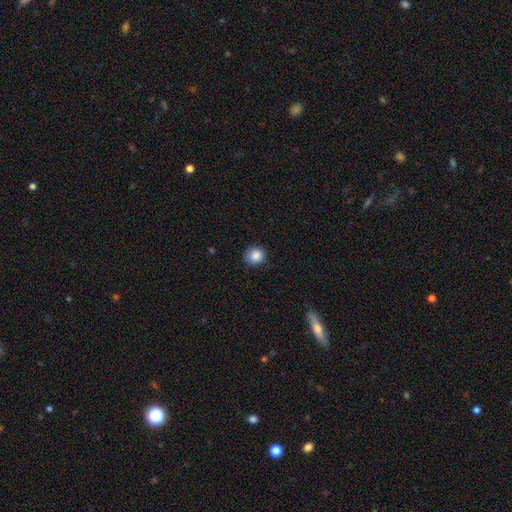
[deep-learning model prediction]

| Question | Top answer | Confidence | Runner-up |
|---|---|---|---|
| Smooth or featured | smooth | 86% | star or artifact (9%) |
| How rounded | round | 89% | in between (10%) |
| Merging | none | 86% | minor disturbance (11%) |